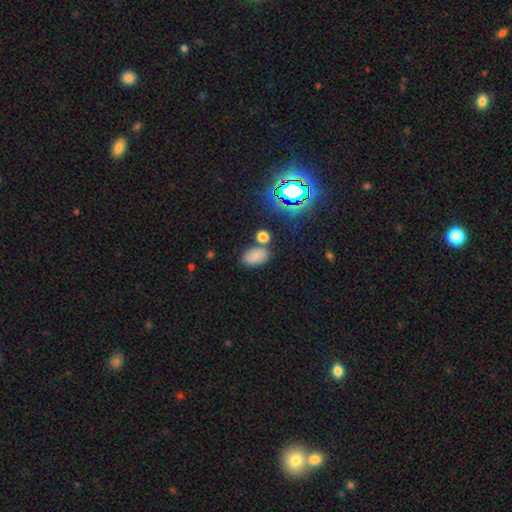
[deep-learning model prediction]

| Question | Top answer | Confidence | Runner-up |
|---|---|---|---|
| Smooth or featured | smooth | 73% | star or artifact (19%) |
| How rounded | in between | 89% | round (9%) |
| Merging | none | 68% | minor disturbance (14%) |